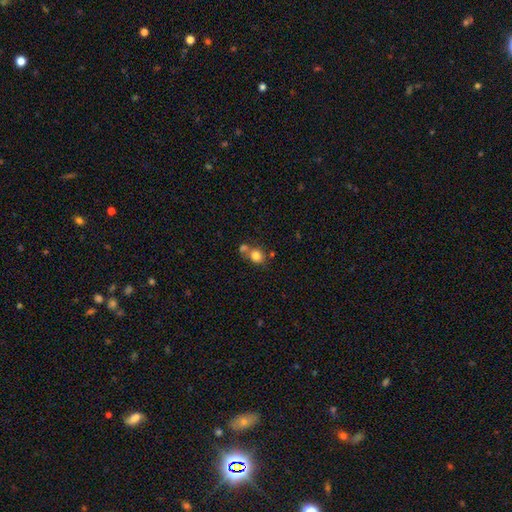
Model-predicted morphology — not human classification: Q: Smooth or featured?
A: smooth (80%); runner-up: star or artifact (11%)
Q: How rounded?
A: round (70%); runner-up: in between (29%)
Q: Merging?
A: none (51%); runner-up: merger (33%)